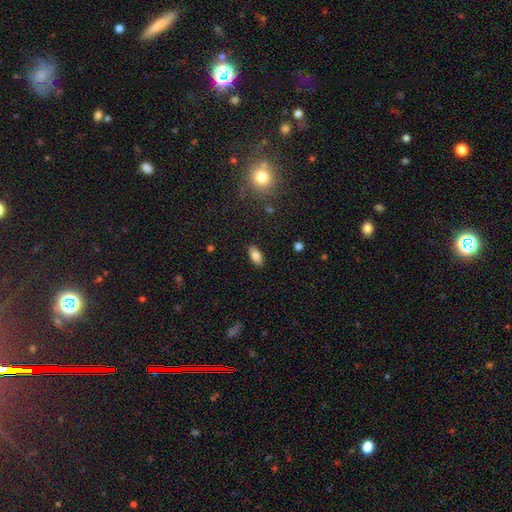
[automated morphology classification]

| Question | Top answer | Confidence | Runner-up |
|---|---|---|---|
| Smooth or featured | smooth | 83% | featured or disk (9%) |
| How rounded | in between | 88% | cigar-shaped (9%) |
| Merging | none | 88% | minor disturbance (9%) |